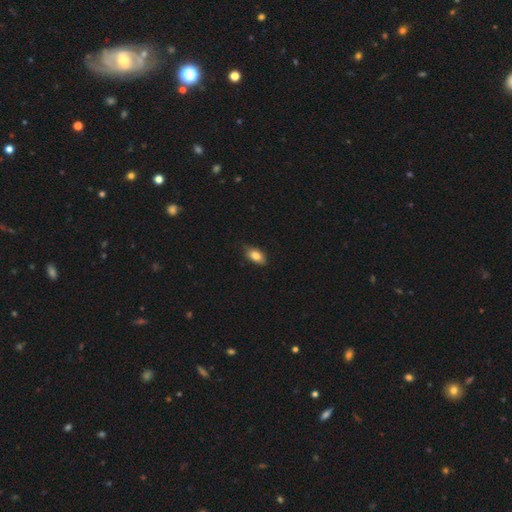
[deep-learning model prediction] Smooth or featured? smooth (82%)
How rounded? in between (89%)
Merging? none (77%)